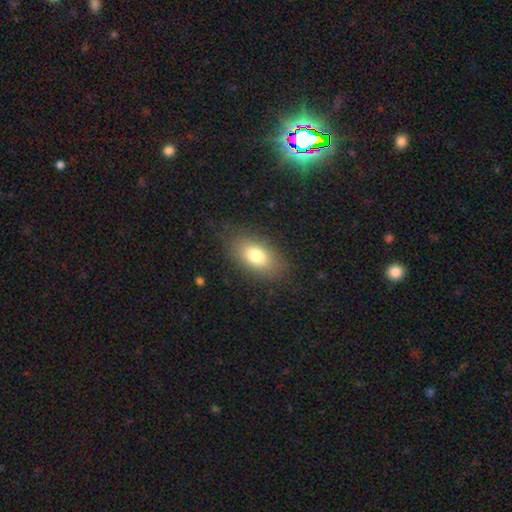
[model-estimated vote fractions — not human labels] smooth_or_featured: smooth (p=0.78) [alt: featured or disk p=0.13]
how_rounded: in between (p=0.88) [alt: round p=0.09]
merging: none (p=0.82) [alt: minor disturbance p=0.12]